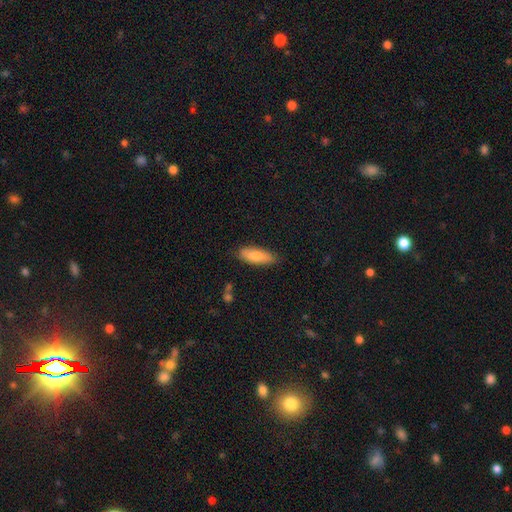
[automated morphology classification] Smooth or featured? smooth (81%)
How rounded? in between (62%)
Merging? none (80%)